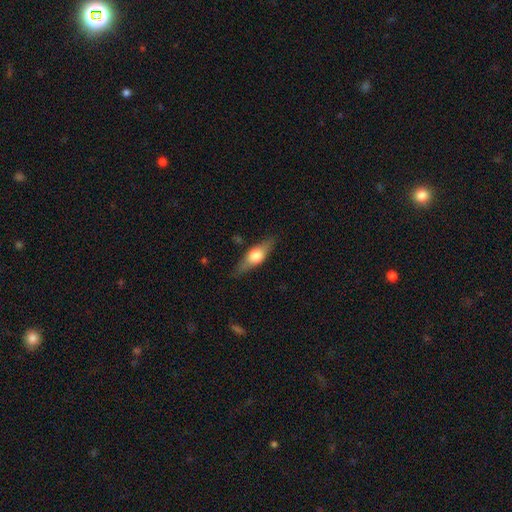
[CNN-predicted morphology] type=featured or disk (49%); merging=none (82%).